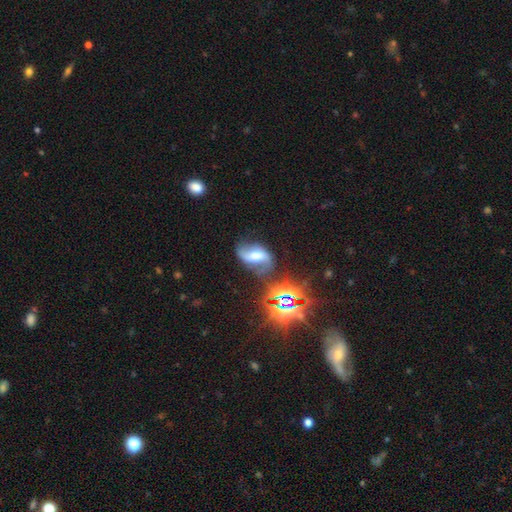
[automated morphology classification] featured or disk 63%, smooth 20%, star or artifact 17%. Down the decision tree: edge-on disk — no (95%); bar — weak (39%); spiral arms — yes (88%); spiral arm count — 2 (87%); spiral winding — loose (69%); bulge size — moderate (52%); merging — none (60%).